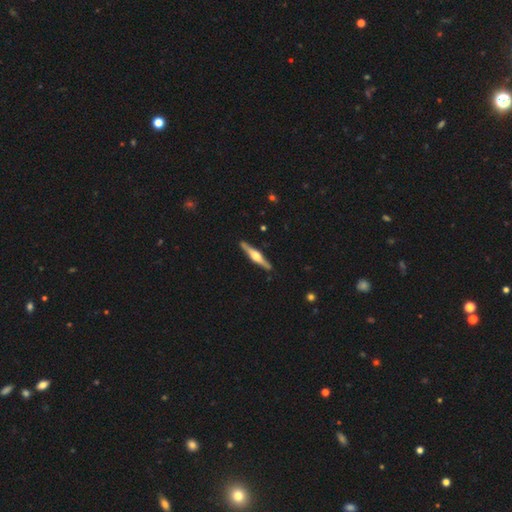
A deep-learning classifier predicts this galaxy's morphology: Smooth or featured?
  - featured or disk: 79% *
  - smooth: 16%
  - star or artifact: 4%
Edge-on disk?
  - yes: 98% *
  - no: 2%
Edge-on bulge?
  - rounded: 91% *
  - boxy: 7%
  - none: 2%
Merging?
  - none: 91% *
  - minor disturbance: 7%
  - major disturbance: 1%
  - merger: 1%